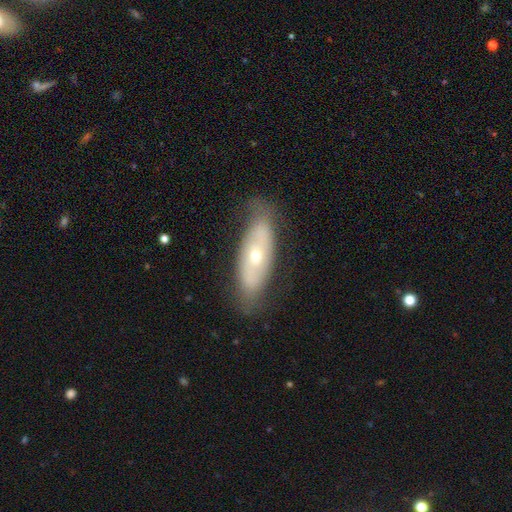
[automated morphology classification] Smooth or featured? featured or disk (55%)
Edge-on disk? no (77%)
Merging? none (73%)